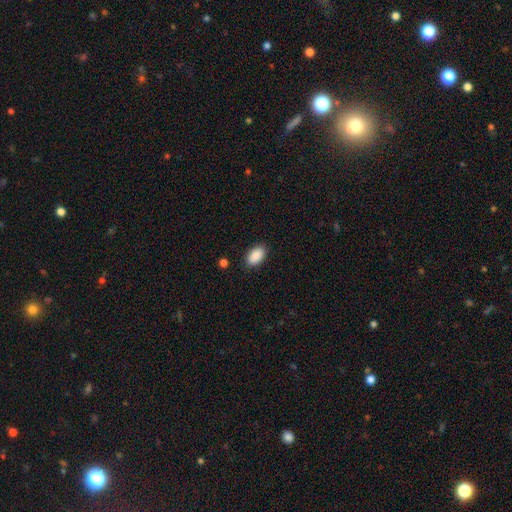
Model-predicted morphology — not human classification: The model was most divided on "merging": none: 87%, minor disturbance: 9%, major disturbance: 2%, merger: 1%. More confident: how rounded — in between (94%); smooth or featured — smooth (90%).